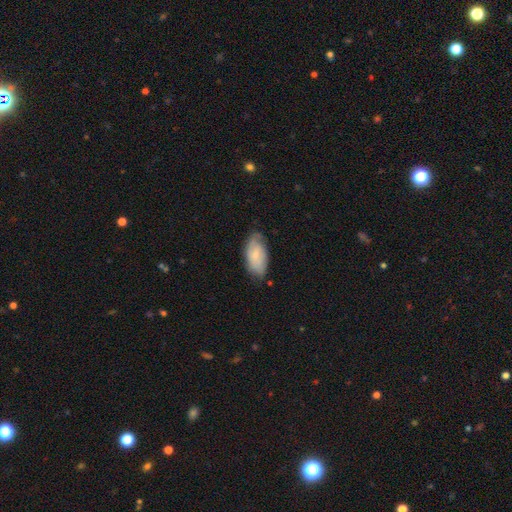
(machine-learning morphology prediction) The model was most divided on "smooth or featured": smooth: 63%, featured or disk: 30%, star or artifact: 6%. More confident: how rounded — in between (92%); merging — none (64%).